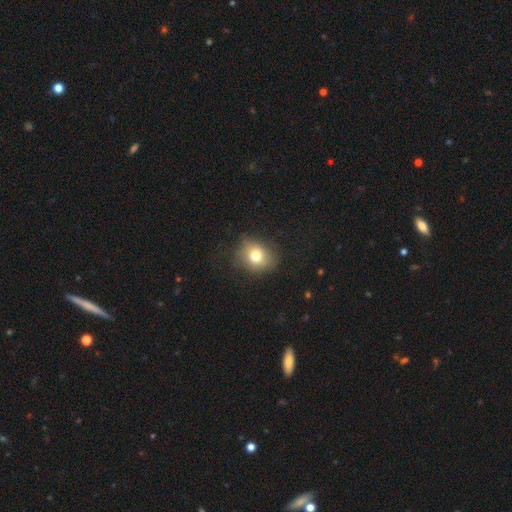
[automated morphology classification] This is likely a smooth galaxy (77%). How rounded: likely round (62%). Merging: likely none (75%).